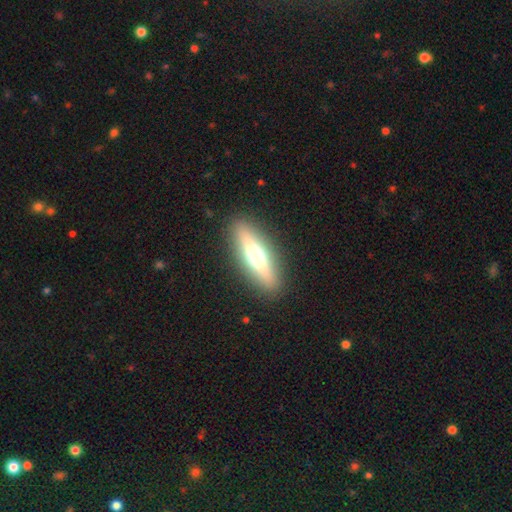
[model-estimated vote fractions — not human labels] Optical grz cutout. It shows a featured or disk galaxy (49%). Merging: none (89%).